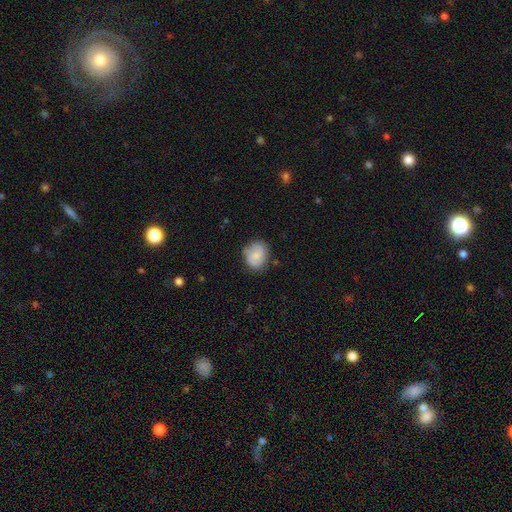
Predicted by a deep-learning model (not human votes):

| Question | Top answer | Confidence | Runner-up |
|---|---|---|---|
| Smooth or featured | smooth | 62% | featured or disk (30%) |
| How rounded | round | 61% | in between (38%) |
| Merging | none | 74% | minor disturbance (20%) |